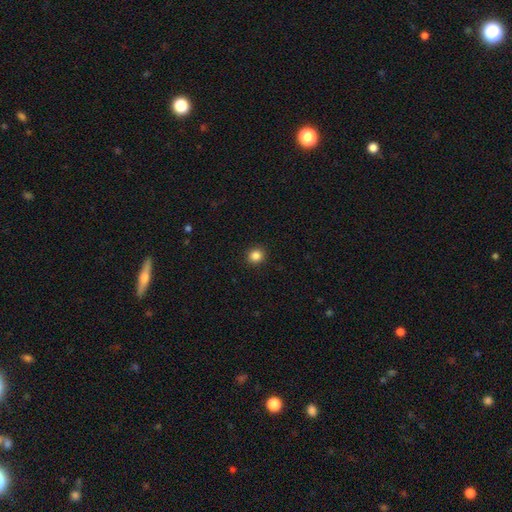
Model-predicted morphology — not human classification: The model was most divided on "smooth or featured": smooth: 85%, star or artifact: 11%, featured or disk: 4%. More confident: merging — none (92%); how rounded — round (89%).